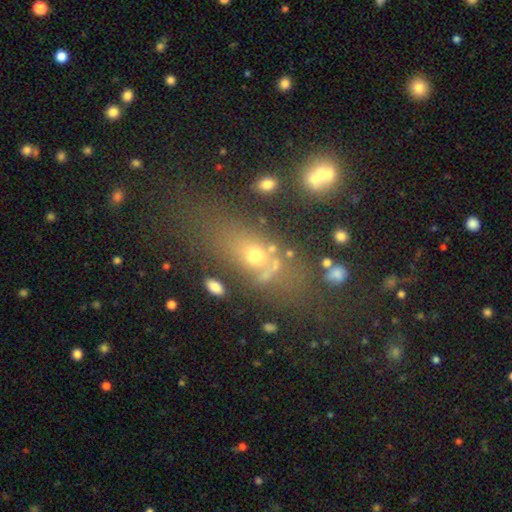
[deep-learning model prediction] Smooth or featured: smooth — 48% (featured or disk — 26%)
Merging: none — 56% (minor disturbance — 17%)